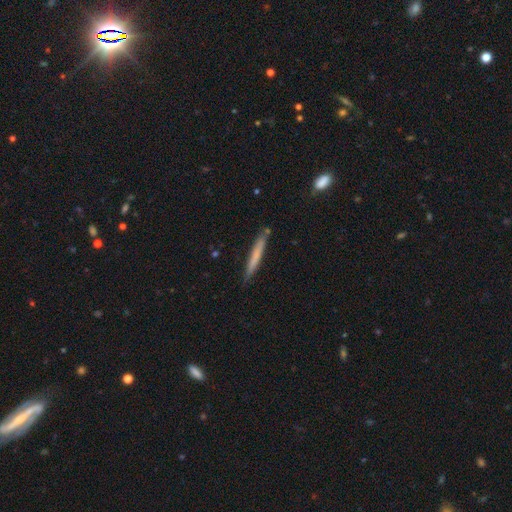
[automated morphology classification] Smooth or featured? smooth (63%)
How rounded? cigar-shaped (96%)
Merging? none (84%)